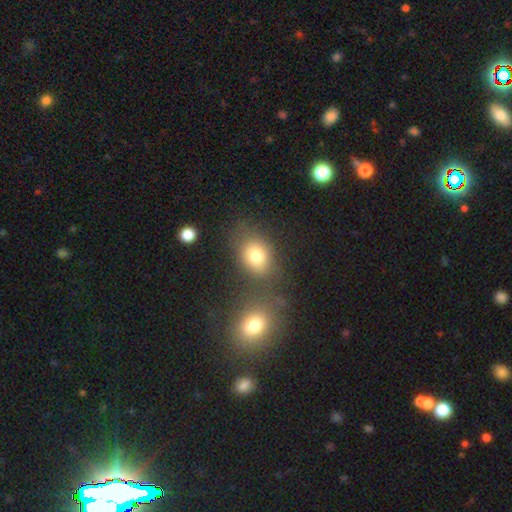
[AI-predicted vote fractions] This appears to be a smooth galaxy with no disk features (78%) that is in between round and cigar-shaped (60%). Merging: none (62%).